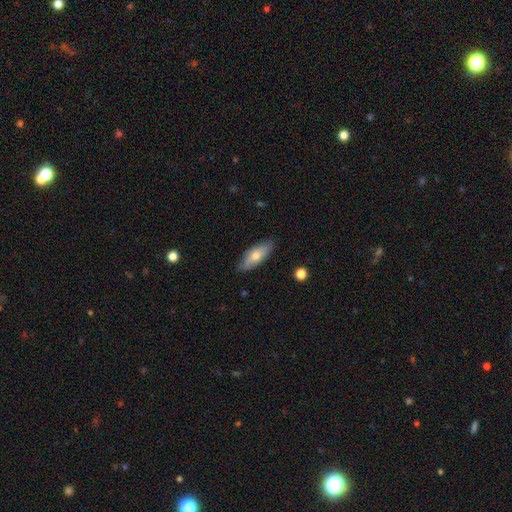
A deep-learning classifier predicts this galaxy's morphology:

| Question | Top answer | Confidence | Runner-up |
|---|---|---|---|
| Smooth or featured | smooth | 65% | featured or disk (29%) |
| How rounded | in between | 70% | cigar-shaped (27%) |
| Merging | none | 82% | minor disturbance (14%) |